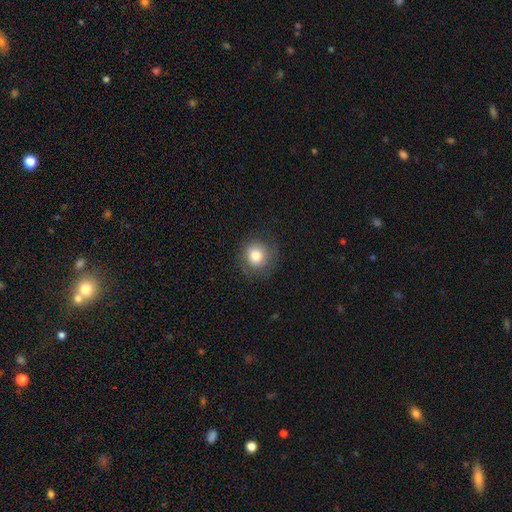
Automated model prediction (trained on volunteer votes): smooth 79%, featured or disk 11%, star or artifact 10%. Down the decision tree: how rounded — round (88%); merging — none (79%).